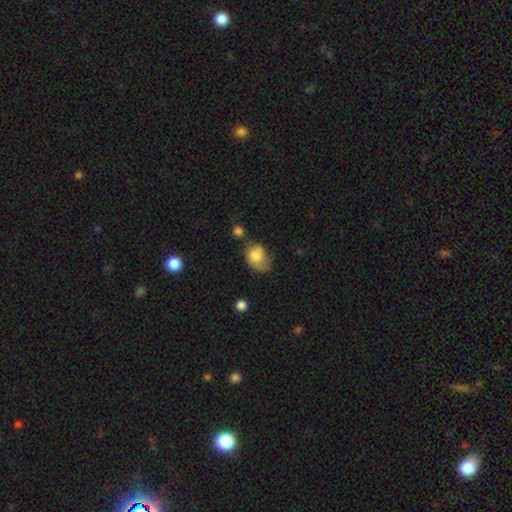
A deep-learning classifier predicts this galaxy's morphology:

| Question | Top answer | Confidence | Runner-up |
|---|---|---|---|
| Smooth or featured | smooth | 67% | featured or disk (24%) |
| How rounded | in between | 72% | round (26%) |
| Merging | minor disturbance | 32% | none (29%) |